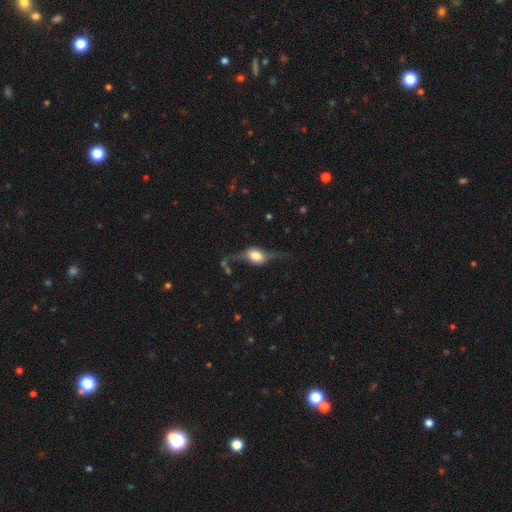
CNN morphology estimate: The model was most divided on "merging": none: 53%, major disturbance: 21%, minor disturbance: 21%, merger: 5%. More confident: edge-on disk — yes (73%); smooth or featured — featured or disk (65%).